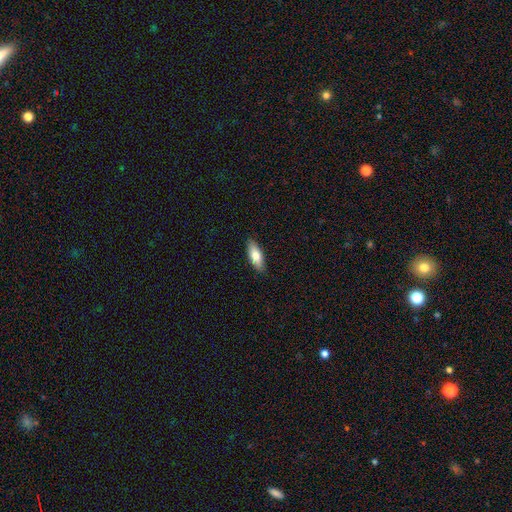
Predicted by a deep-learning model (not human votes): Overall: smooth (74%). How rounded: in between (68%; cigar-shaped 30%). Merging: none (88%).